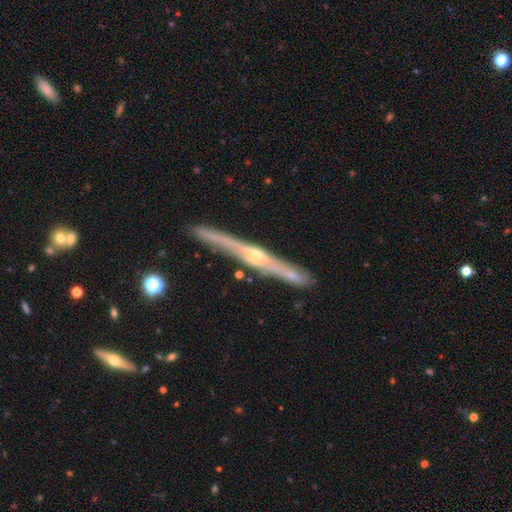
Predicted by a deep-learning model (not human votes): Smooth or featured? featured or disk (82%)
Edge-on disk? yes (97%)
Edge-on bulge? rounded (78%)
Merging? none (85%)